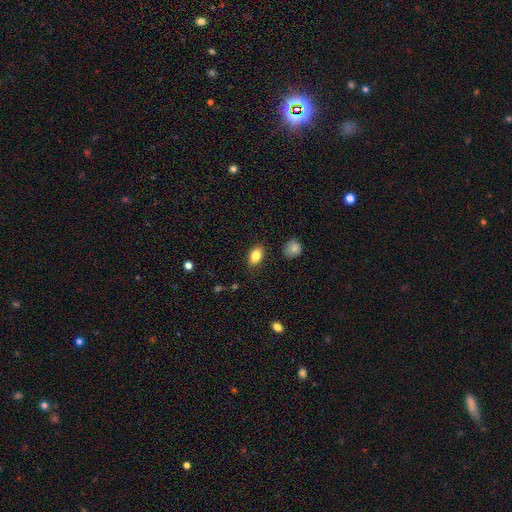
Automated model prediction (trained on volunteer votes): The model was most divided on "merging": none: 85%, minor disturbance: 10%, major disturbance: 3%, merger: 2%. More confident: how rounded — in between (87%); smooth or featured — smooth (85%).